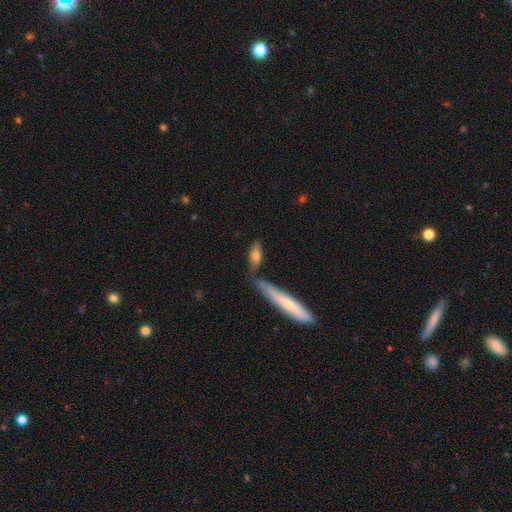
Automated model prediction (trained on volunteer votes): smooth 72%, featured or disk 22%, star or artifact 7%. Down the decision tree: how rounded — in between (53%); merging — none (57%).